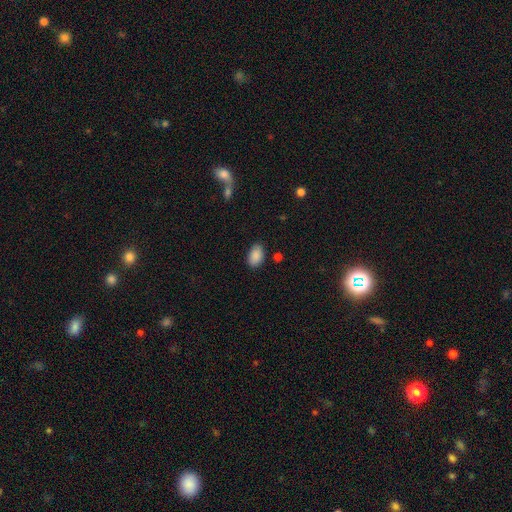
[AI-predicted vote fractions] Q: Smooth or featured?
A: smooth (88%); runner-up: star or artifact (8%)
Q: How rounded?
A: in between (90%); runner-up: round (9%)
Q: Merging?
A: none (83%); runner-up: minor disturbance (12%)